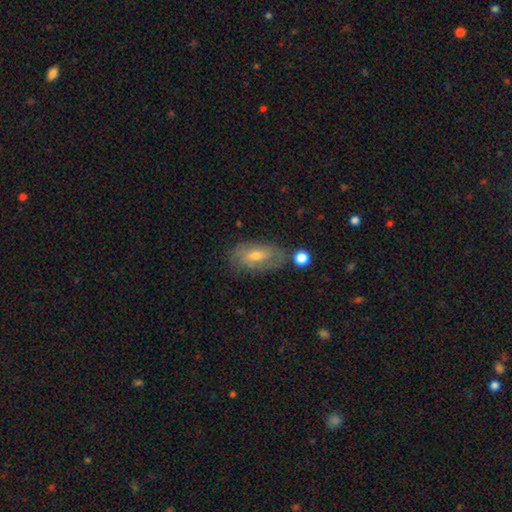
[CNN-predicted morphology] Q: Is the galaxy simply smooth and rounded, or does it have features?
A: smooth — 47%.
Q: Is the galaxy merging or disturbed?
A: none — 63%.